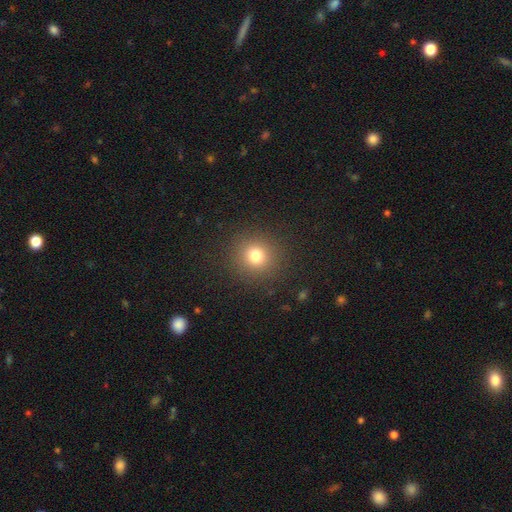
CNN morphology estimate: smooth_or_featured: smooth (p=0.77) [alt: star or artifact p=0.15]
how_rounded: round (p=0.91) [alt: in between p=0.08]
merging: none (p=0.89) [alt: minor disturbance p=0.06]